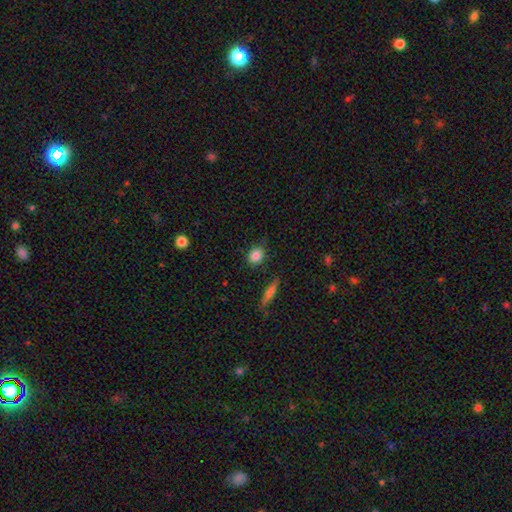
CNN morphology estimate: smooth_or_featured: smooth (p=0.85) [alt: star or artifact p=0.09]
how_rounded: round (p=0.56) [alt: in between p=0.41]
merging: none (p=0.80) [alt: minor disturbance p=0.14]